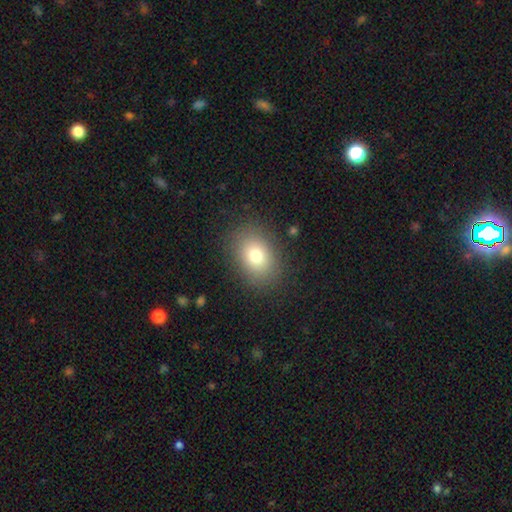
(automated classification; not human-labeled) Smooth or featured: smooth — 78% (featured or disk — 11%)
How rounded: in between — 71% (round — 28%)
Merging: none — 85% (minor disturbance — 10%)